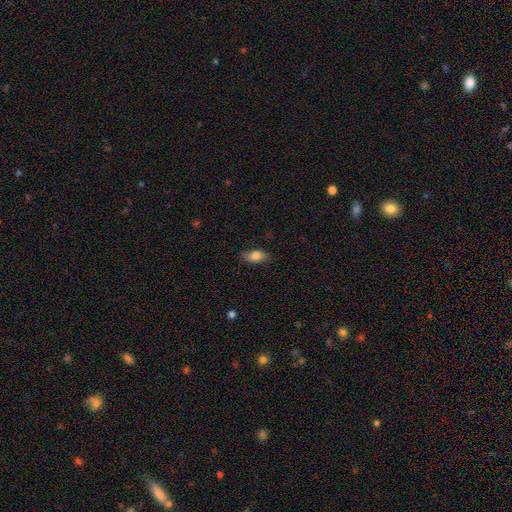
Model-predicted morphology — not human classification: smooth 81%, featured or disk 11%, star or artifact 8%. Down the decision tree: how rounded — in between (87%); merging — none (78%).